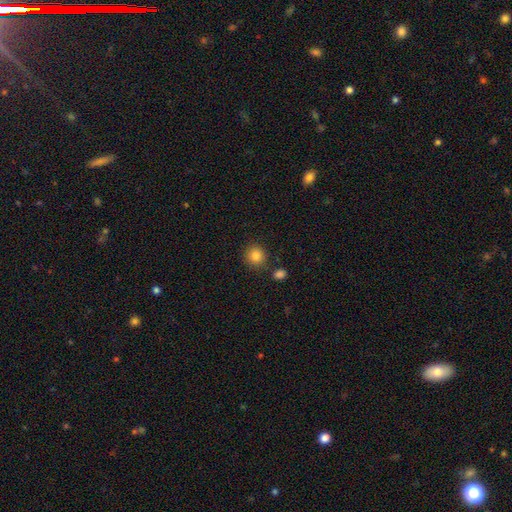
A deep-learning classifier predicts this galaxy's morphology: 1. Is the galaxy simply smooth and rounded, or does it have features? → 86% smooth, 10% star or artifact, 4% featured or disk.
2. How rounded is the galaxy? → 89% round, 10% in between, 1% cigar-shaped.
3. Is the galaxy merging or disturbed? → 83% none, 9% minor disturbance, 6% merger, 3% major disturbance.